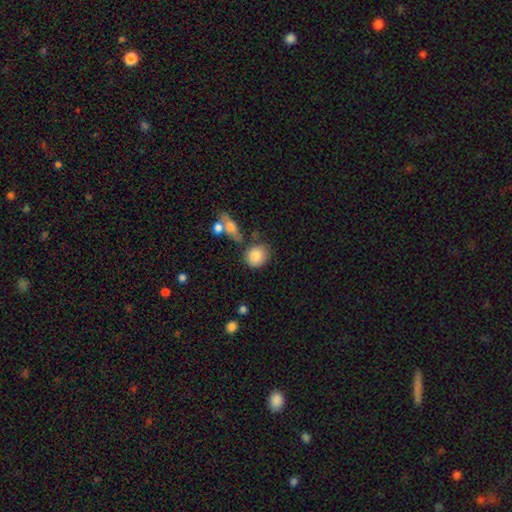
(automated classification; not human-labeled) Morphology: type=smooth (86%); roundness=round (69%); merging=none (66%).